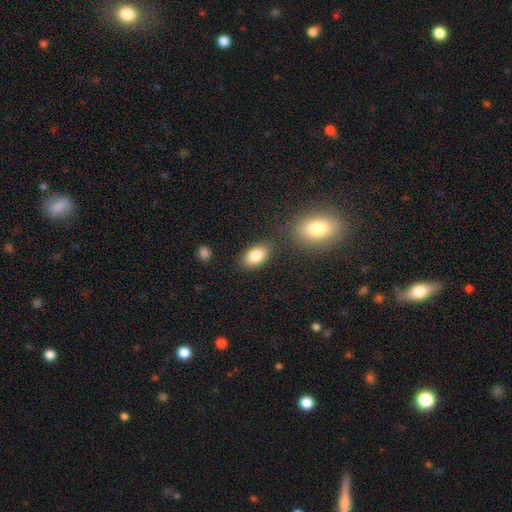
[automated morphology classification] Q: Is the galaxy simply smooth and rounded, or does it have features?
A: smooth — 85%.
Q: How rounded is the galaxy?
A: in between — 91%.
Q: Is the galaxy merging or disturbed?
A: none — 79%.